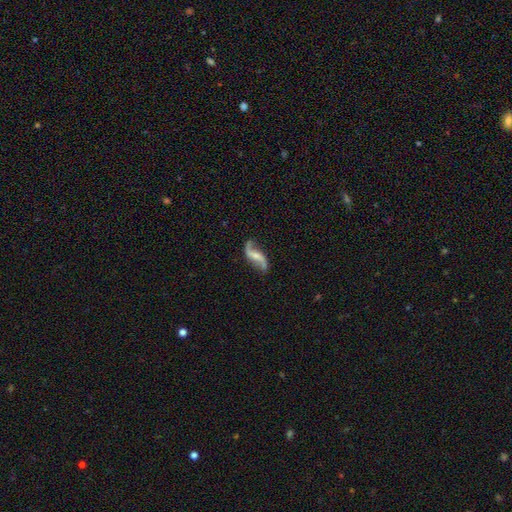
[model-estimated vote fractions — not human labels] smooth-or-featured: featured or disk: 82% | smooth: 12% | star or artifact: 6%
  disk-edge-on: no: 94% | yes: 6%
    bar: weak: 39% | no: 36% | strong: 25%
    has-spiral-arms: yes: 95% | no: 5%
      spiral-winding: loose: 88% | medium: 9% | tight: 3%
      spiral-arm-count: 2: 92% | 1: 3% | can't tell: 2% | 3: 1% | 4: 1% | more than 4: 1%
    bulge-size: small: 43% | moderate: 30% | none: 21% | large: 4% | dominant: 2%
  merging: none: 73% | minor disturbance: 16% | major disturbance: 8% | merger: 3%